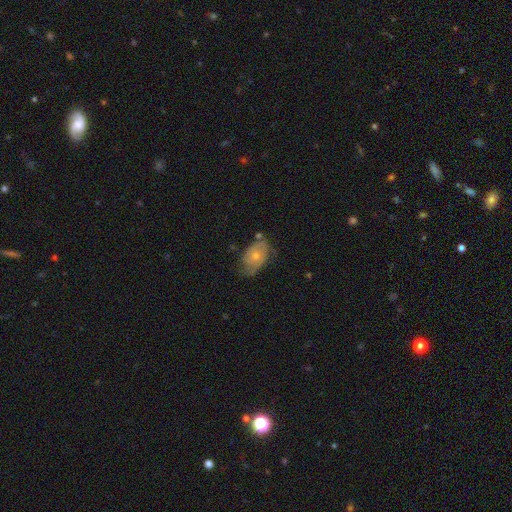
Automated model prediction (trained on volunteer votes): A featured or disk galaxy (49%).

Vote fractions:
- Smooth or featured? featured or disk: 49% / smooth: 44% / star or artifact: 7%
- Merging? none: 50% / minor disturbance: 33% / major disturbance: 12% / merger: 5%